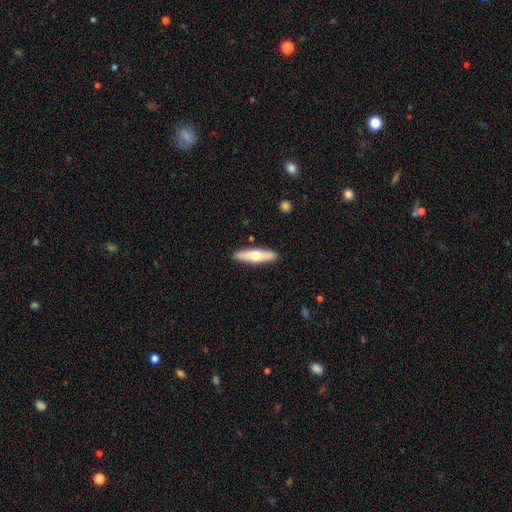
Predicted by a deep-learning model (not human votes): smooth-or-featured: smooth: 52% | featured or disk: 43% | star or artifact: 5%
  how-rounded: cigar-shaped: 70% | in between: 28% | round: 2%
  merging: none: 90% | minor disturbance: 7% | major disturbance: 2% | merger: 1%